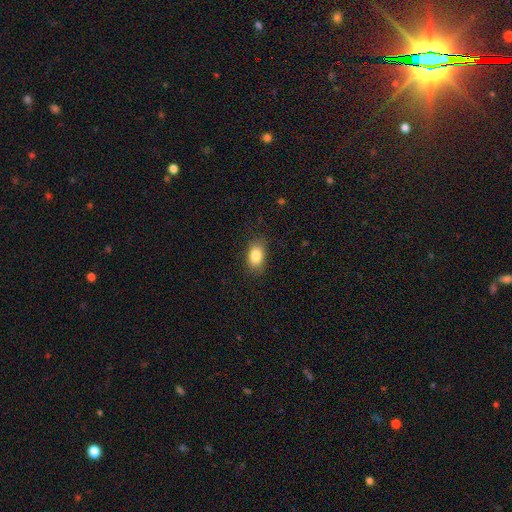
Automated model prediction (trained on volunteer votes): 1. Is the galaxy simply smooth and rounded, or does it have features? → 84% smooth, 9% star or artifact, 7% featured or disk.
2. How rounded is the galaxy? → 81% in between, 17% round, 2% cigar-shaped.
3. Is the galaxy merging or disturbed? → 82% none, 13% minor disturbance, 4% major disturbance, 1% merger.